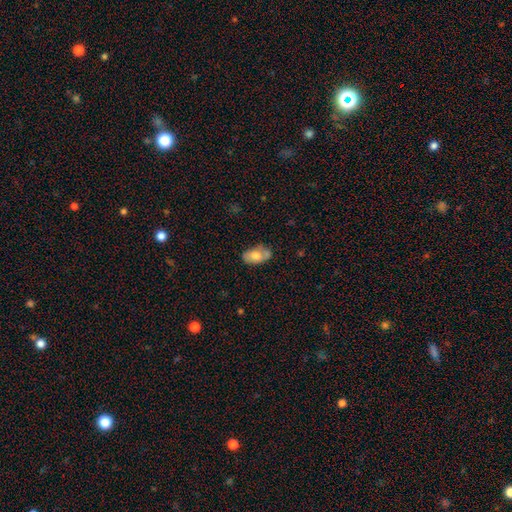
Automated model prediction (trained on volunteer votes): Smooth or featured?
  - smooth: 67% *
  - featured or disk: 26%
  - star or artifact: 7%
How rounded?
  - in between: 92% *
  - round: 6%
  - cigar-shaped: 2%
Merging?
  - none: 64% *
  - minor disturbance: 24%
  - merger: 6%
  - major disturbance: 6%